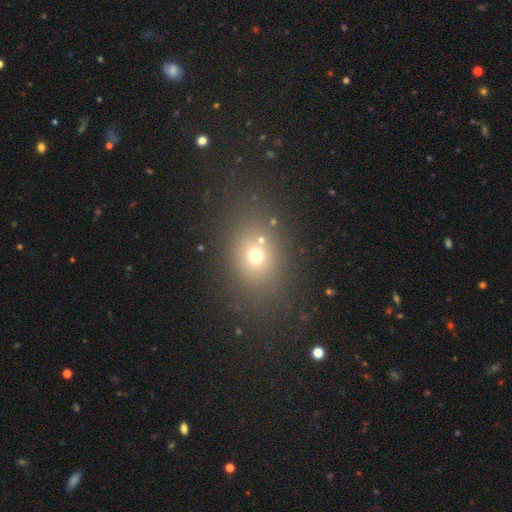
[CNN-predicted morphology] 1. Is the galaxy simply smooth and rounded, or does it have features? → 66% smooth, 21% star or artifact, 13% featured or disk.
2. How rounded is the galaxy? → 53% in between, 46% round, 1% cigar-shaped.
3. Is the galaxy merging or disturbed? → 77% none, 11% minor disturbance, 7% merger, 6% major disturbance.